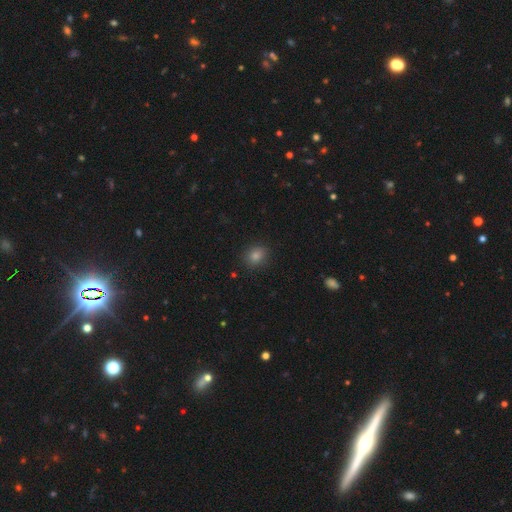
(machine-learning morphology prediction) Smooth or featured?
  - smooth: 79% *
  - star or artifact: 15%
  - featured or disk: 6%
How rounded?
  - round: 64% *
  - in between: 35%
  - cigar-shaped: 1%
Merging?
  - none: 90% *
  - minor disturbance: 7%
  - major disturbance: 2%
  - merger: 1%